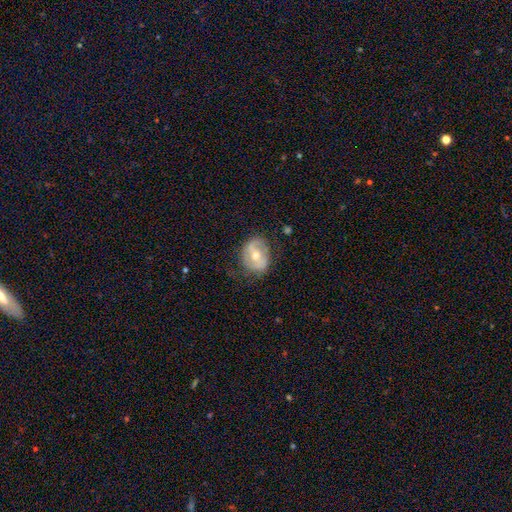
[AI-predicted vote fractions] The model was most divided on "bar": weak: 37%, no: 36%, strong: 27%. More confident: edge-on disk — no (95%); bulge size — moderate (69%); merging — none (67%); smooth or featured — featured or disk (57%); spiral arms — no (52%).